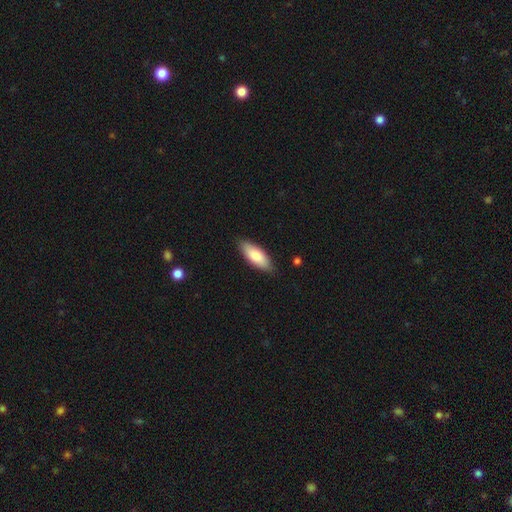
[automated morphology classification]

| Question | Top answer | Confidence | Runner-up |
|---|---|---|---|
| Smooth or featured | smooth | 78% | featured or disk (16%) |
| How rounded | in between | 74% | cigar-shaped (24%) |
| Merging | none | 85% | minor disturbance (11%) |